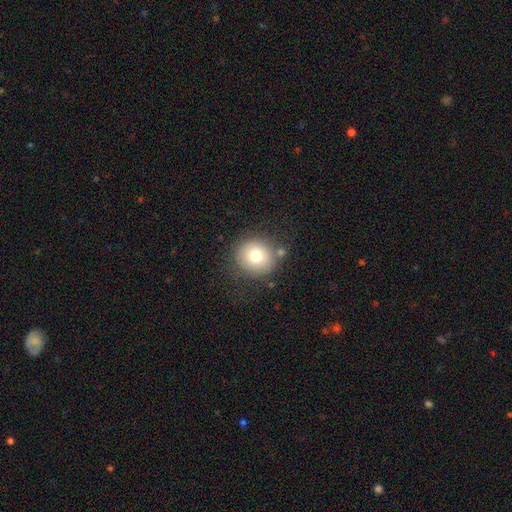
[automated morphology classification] type=smooth (74%); roundness=round (90%); merging=none (79%).